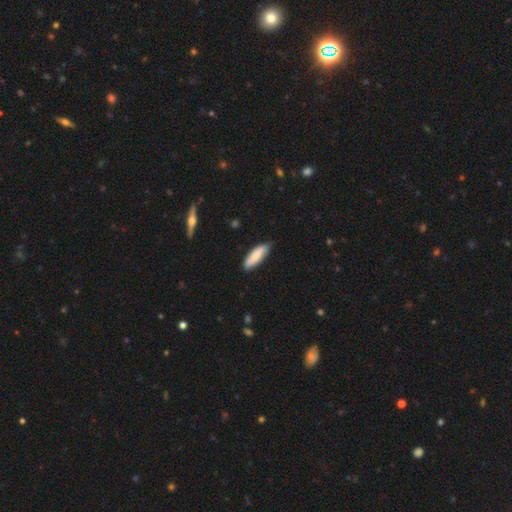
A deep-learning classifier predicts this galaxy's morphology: This is likely a smooth galaxy (79%). How rounded: possibly in between (49%, tied with cigar-shaped). Merging: clearly none (83%).